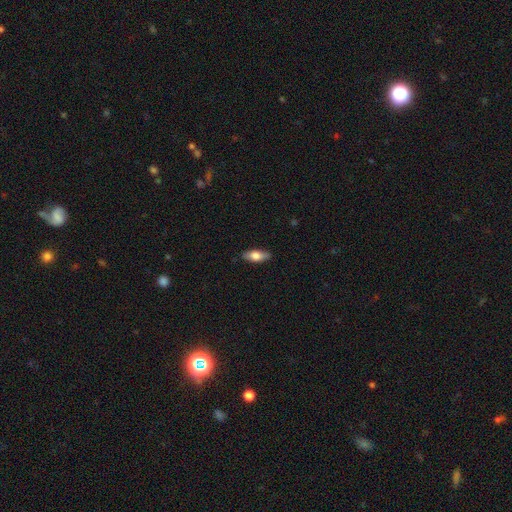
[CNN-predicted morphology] Smooth or featured? Predicted: smooth (p=0.71). How rounded? Predicted: in between (p=0.76). Merging? Predicted: none (p=0.87).